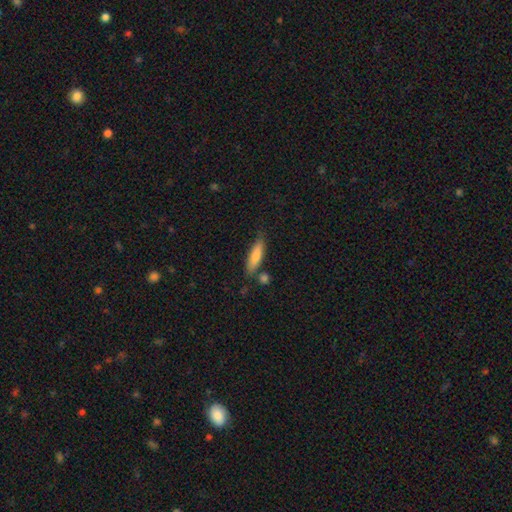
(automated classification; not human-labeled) Smooth or featured: smooth — 74% (featured or disk — 20%)
How rounded: cigar-shaped — 74% (in between — 25%)
Merging: none — 74% (minor disturbance — 16%)